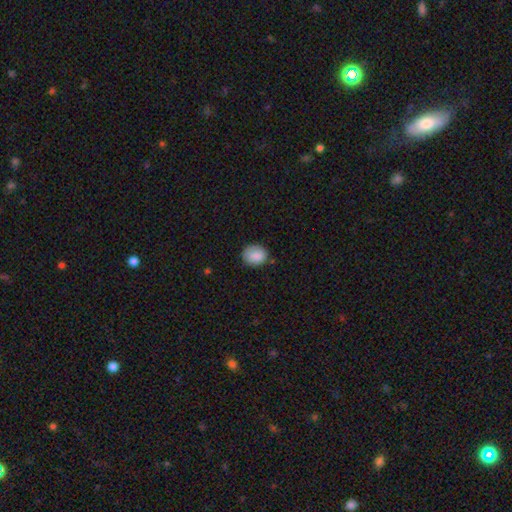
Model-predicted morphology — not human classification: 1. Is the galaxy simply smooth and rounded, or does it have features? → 87% smooth, 8% star or artifact, 6% featured or disk.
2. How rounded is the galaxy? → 72% round, 27% in between, 1% cigar-shaped.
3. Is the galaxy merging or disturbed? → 79% none, 16% minor disturbance, 3% major disturbance, 2% merger.